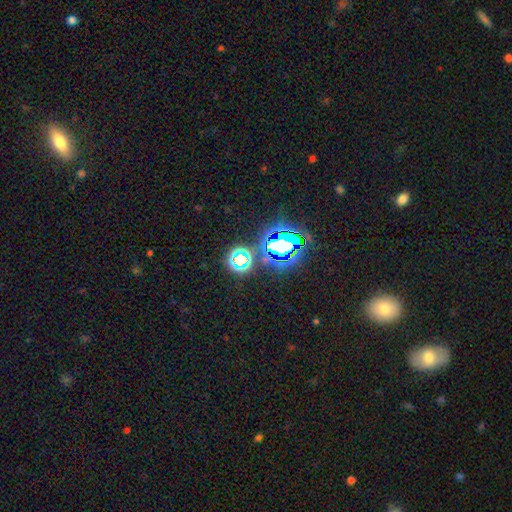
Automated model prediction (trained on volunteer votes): Smooth or featured? star or artifact (77%)